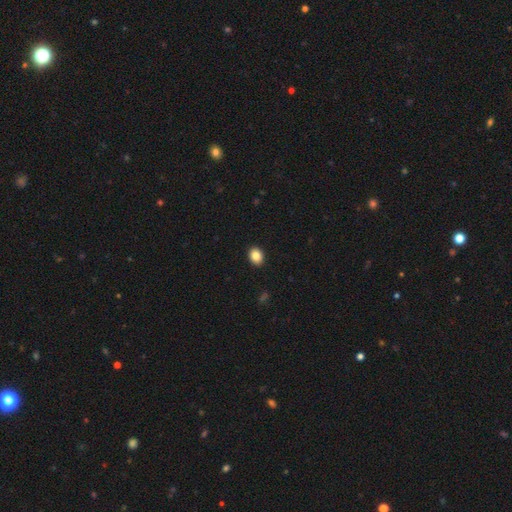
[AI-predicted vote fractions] A smooth galaxy with no disk features (85%) that is in between round and cigar-shaped (61%). Merging: none (91%).